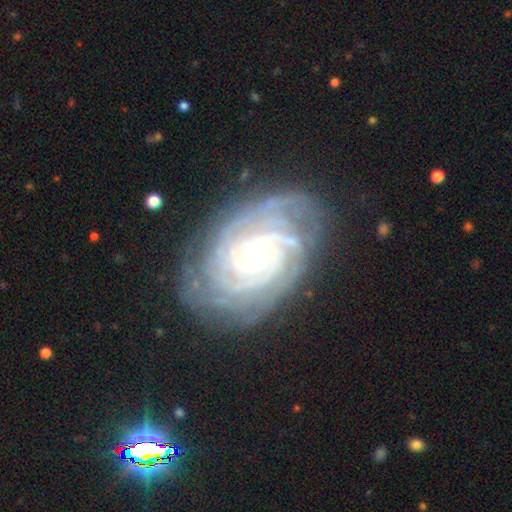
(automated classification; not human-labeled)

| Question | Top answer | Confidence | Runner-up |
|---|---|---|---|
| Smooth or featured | featured or disk | 91% | star or artifact (5%) |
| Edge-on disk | no | 97% | yes (3%) |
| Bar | no | 68% | weak (23%) |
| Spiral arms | yes | 98% | no (2%) |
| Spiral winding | tight | 83% | medium (15%) |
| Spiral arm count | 4 | 27% | can't tell (19%) |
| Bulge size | small | 71% | moderate (25%) |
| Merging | none | 79% | minor disturbance (15%) |